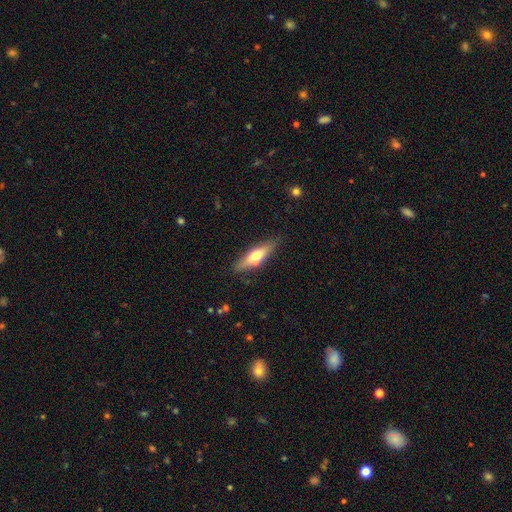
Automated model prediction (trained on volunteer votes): A smooth galaxy with no disk features (54%) that is cigar-shaped (60%).

Vote fractions:
- Smooth or featured? smooth: 54% / featured or disk: 40% / star or artifact: 6%
- How rounded? cigar-shaped: 60% / in between: 38% / round: 3%
- Merging? none: 78% / minor disturbance: 14% / merger: 6% / major disturbance: 3%